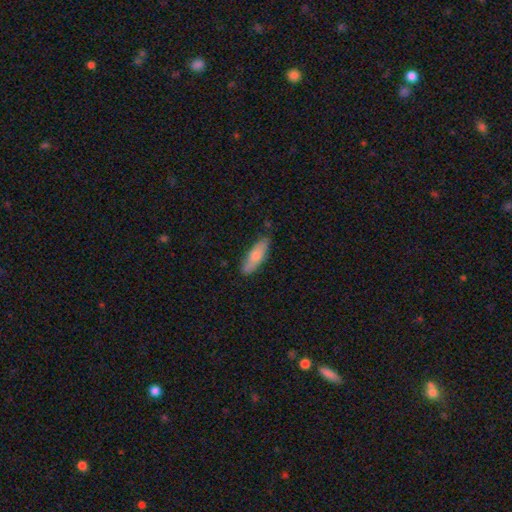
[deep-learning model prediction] Smooth or featured? Predicted: smooth (p=0.73). How rounded? Predicted: cigar-shaped (p=0.50). Merging? Predicted: none (p=0.80).